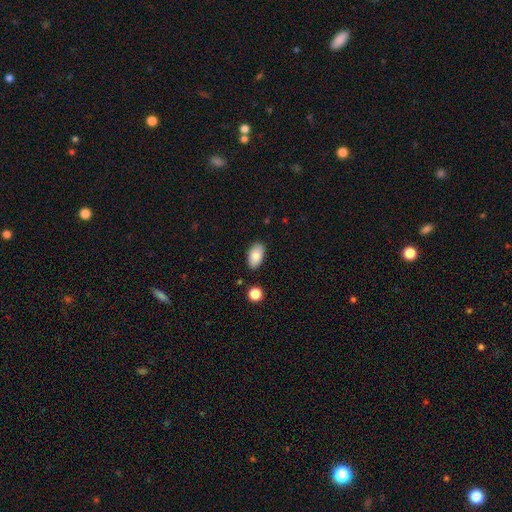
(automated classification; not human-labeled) Q: Smooth or featured?
A: smooth (86%); runner-up: featured or disk (7%)
Q: How rounded?
A: in between (94%); runner-up: round (4%)
Q: Merging?
A: none (85%); runner-up: minor disturbance (10%)